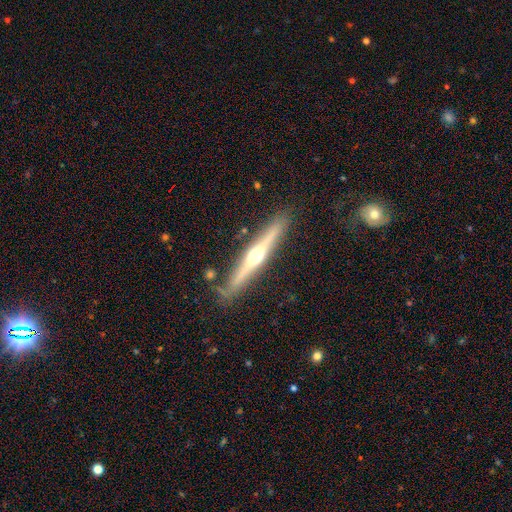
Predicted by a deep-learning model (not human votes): The model was most divided on "smooth or featured": featured or disk: 74%, smooth: 20%, star or artifact: 5%. More confident: edge-on disk — yes (97%); edge-on bulge — rounded (92%); merging — none (83%).